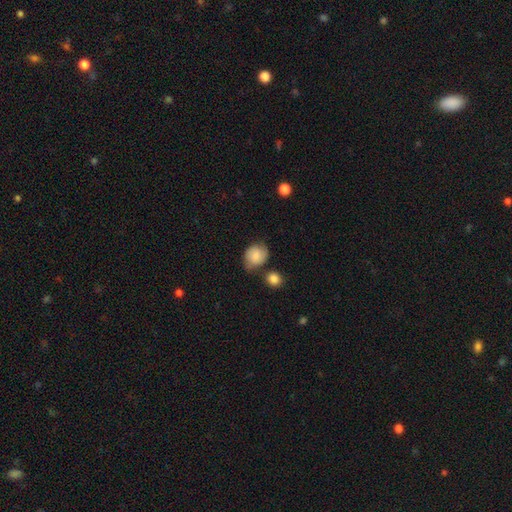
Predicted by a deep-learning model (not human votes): smooth-or-featured: smooth: 71% | featured or disk: 21% | star or artifact: 8%
  how-rounded: round: 61% | in between: 38% | cigar-shaped: 1%
  merging: none: 59% | minor disturbance: 26% | merger: 9% | major disturbance: 7%